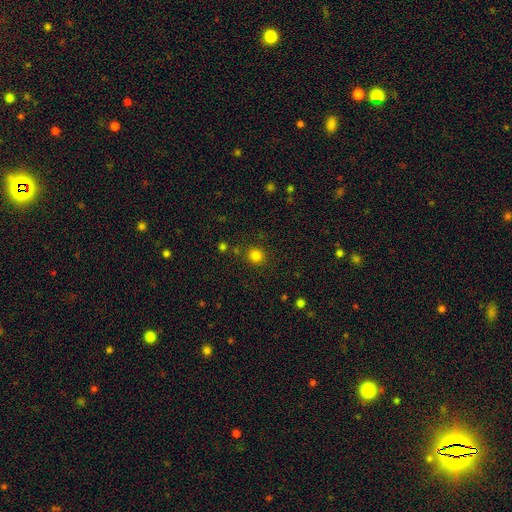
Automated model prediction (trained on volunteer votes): smooth 82%, star or artifact 14%, featured or disk 4%. Down the decision tree: how rounded — round (89%); merging — none (86%).